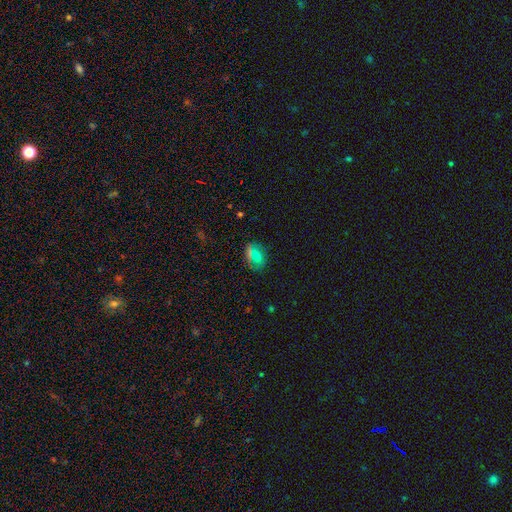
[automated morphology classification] Smooth or featured: smooth — 58% (star or artifact — 28%)
How rounded: in between — 57% (round — 38%)
Merging: none — 71% (minor disturbance — 17%)